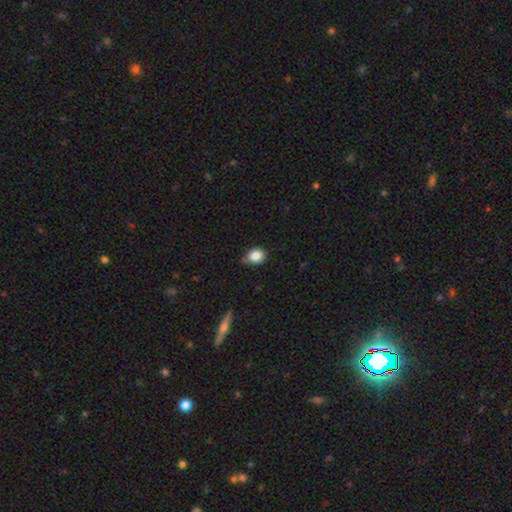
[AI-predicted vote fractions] Q: Smooth or featured?
A: smooth (85%); runner-up: star or artifact (9%)
Q: How rounded?
A: round (59%); runner-up: in between (40%)
Q: Merging?
A: none (67%); runner-up: minor disturbance (25%)